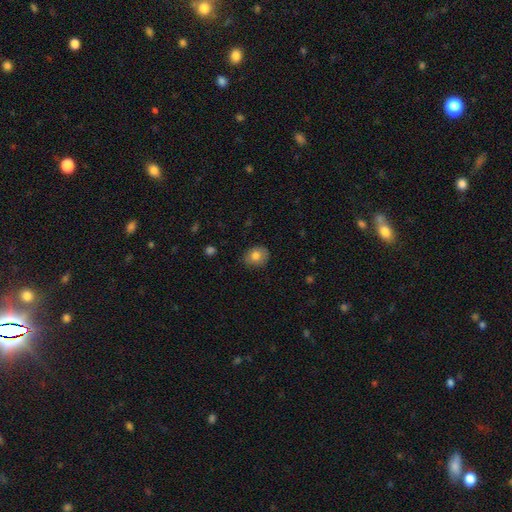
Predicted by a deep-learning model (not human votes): A smooth galaxy with no disk features (78%) that is round (56%).

Vote fractions:
- Smooth or featured? smooth: 78% / featured or disk: 13% / star or artifact: 9%
- How rounded? round: 56% / in between: 43% / cigar-shaped: 1%
- Merging? none: 81% / minor disturbance: 15% / major disturbance: 3% / merger: 1%